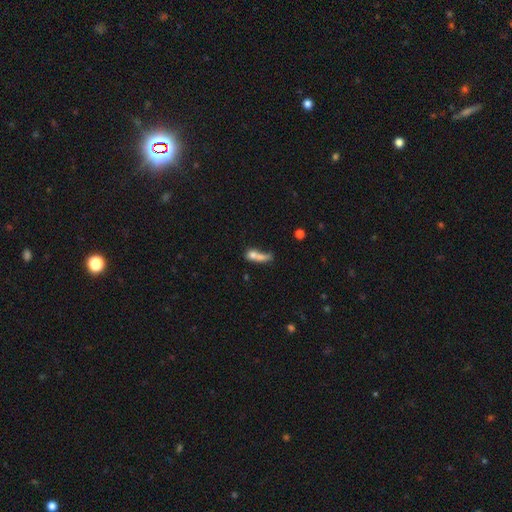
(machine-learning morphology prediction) Smooth or featured? Predicted: smooth (p=0.65). How rounded? Predicted: in between (p=0.44). Merging? Predicted: merger (p=0.44).